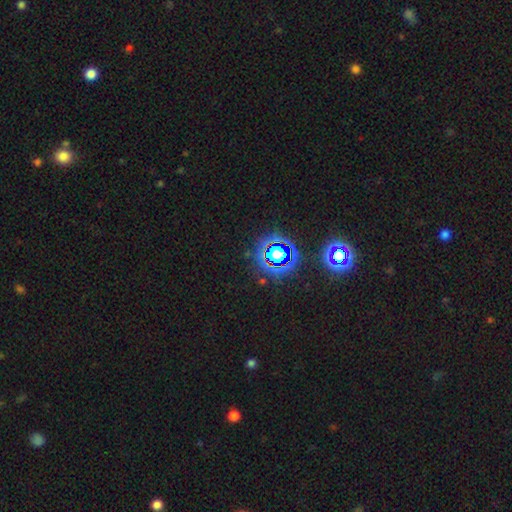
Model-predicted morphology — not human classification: The model was most divided on "smooth or featured": star or artifact: 74%, smooth: 19%, featured or disk: 7%.